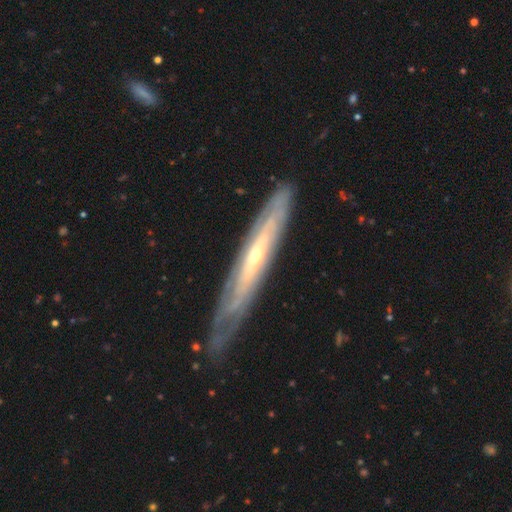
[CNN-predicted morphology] A featured or disk galaxy (79%) viewed edge-on (61%).

Vote fractions:
- Smooth or featured? featured or disk: 79% / smooth: 15% / star or artifact: 6%
- Edge-on disk? yes: 61% / no: 39%
- Merging? none: 74% / minor disturbance: 19% / major disturbance: 5% / merger: 2%